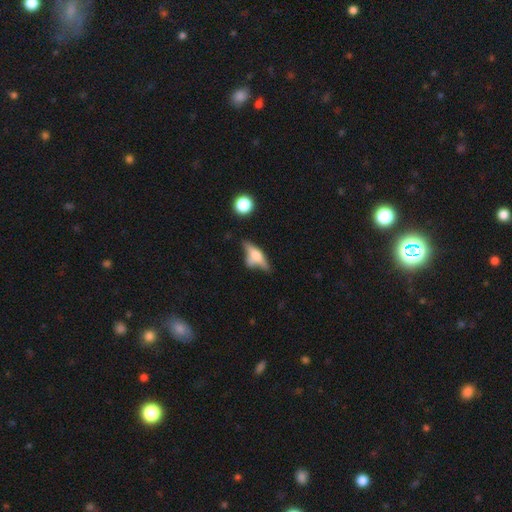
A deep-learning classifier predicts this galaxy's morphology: smooth-or-featured: featured or disk: 54% | smooth: 37% | star or artifact: 9%
  disk-edge-on: yes: 83% | no: 17%
  merging: none: 51% | minor disturbance: 21% | merger: 15% | major disturbance: 12%